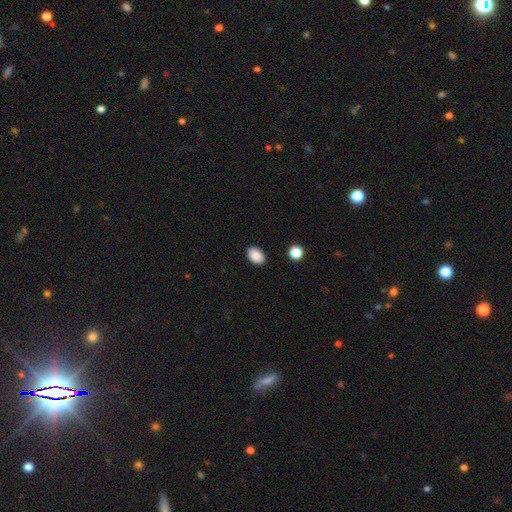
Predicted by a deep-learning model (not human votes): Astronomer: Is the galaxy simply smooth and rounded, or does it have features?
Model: smooth — 89%.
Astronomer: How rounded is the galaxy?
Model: in between — 84%.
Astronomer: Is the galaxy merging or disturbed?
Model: none — 89%.